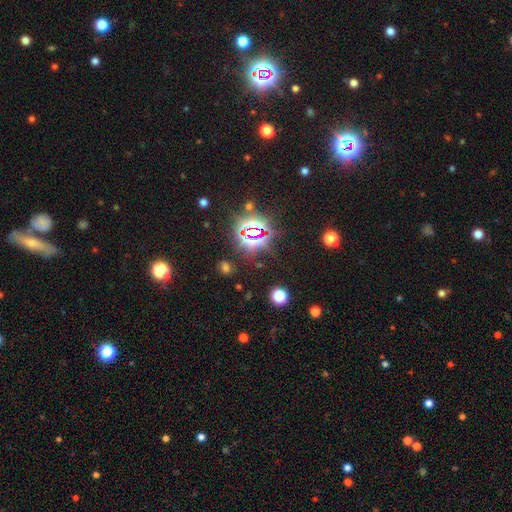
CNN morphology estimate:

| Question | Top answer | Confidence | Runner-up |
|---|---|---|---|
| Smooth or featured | star or artifact | 81% | smooth (12%) |